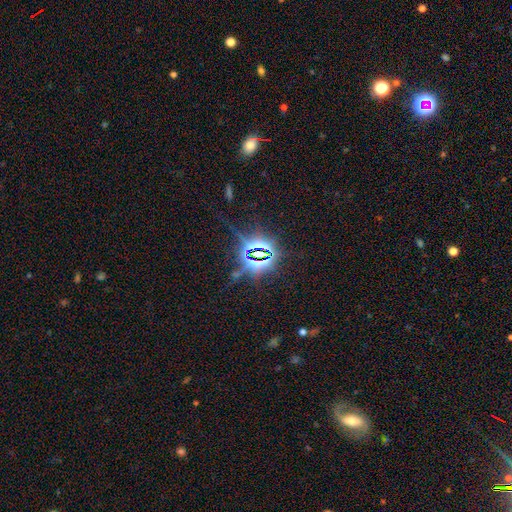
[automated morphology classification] star or artifact 82%, smooth 10%, featured or disk 8%.